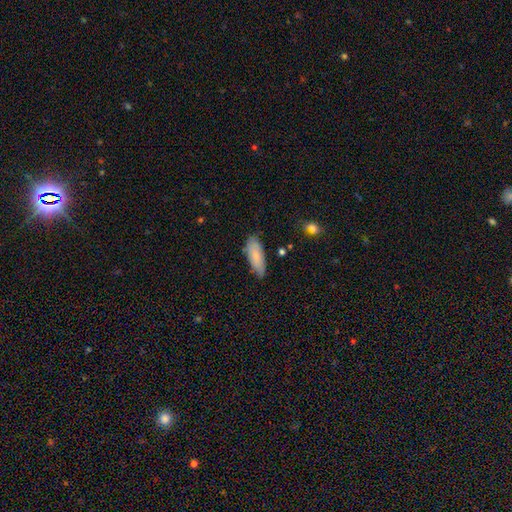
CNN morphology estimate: Smooth or featured? Predicted: smooth (p=0.77). How rounded? Predicted: in between (p=0.67). Merging? Predicted: none (p=0.75).